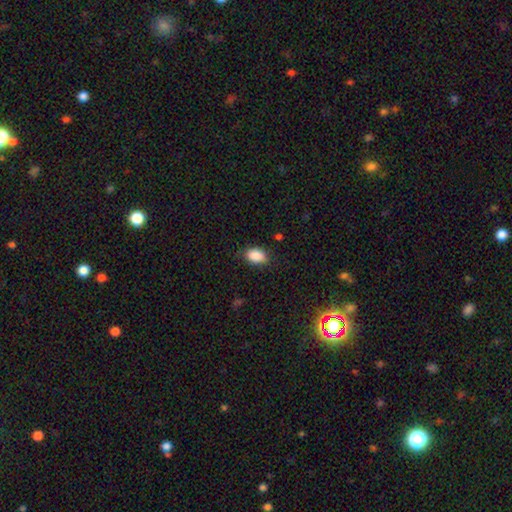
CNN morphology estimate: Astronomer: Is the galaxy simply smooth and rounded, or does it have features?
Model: smooth — 89%.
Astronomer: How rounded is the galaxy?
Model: in between — 89%.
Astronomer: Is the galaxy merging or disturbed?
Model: none — 80%.